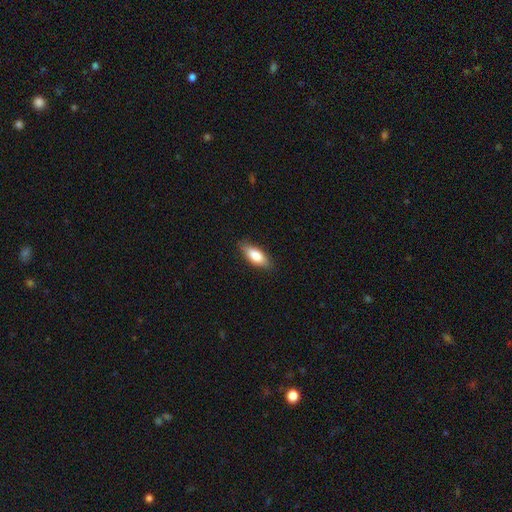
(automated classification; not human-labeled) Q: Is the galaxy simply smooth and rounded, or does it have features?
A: smooth — 81%.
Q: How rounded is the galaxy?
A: in between — 77%.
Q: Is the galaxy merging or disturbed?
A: none — 84%.